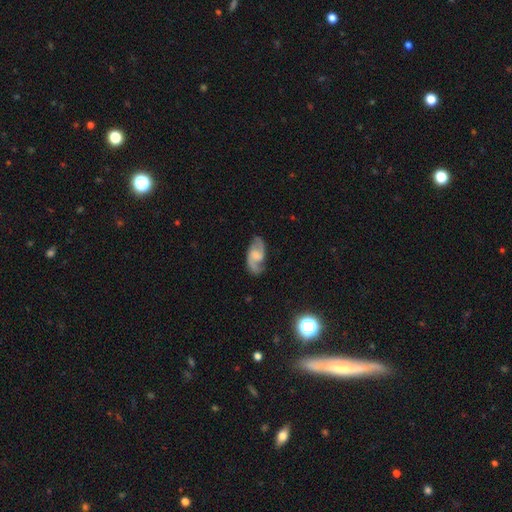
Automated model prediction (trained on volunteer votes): Overall: featured or disk (82%). Edge-on disk: no (97%). Bar: weak (49%; no 37%). Spiral arms: yes (96%). Spiral arm count: 2 (92%). Spiral winding: medium (52%; loose 32%). Bulge size: none (37%; small 27%). Merging: none (79%).